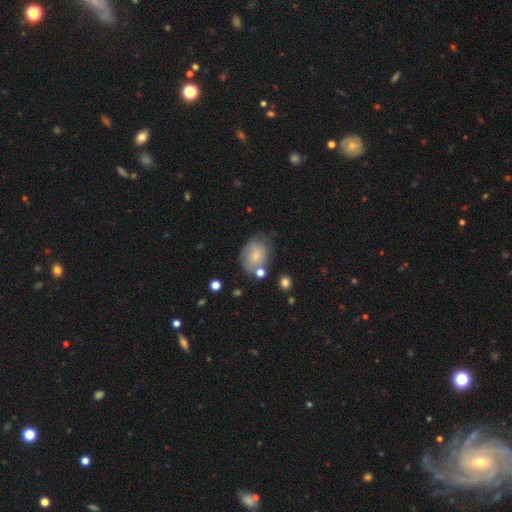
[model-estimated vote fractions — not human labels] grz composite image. It shows a smooth galaxy with no disk features (66%) that is in between round and cigar-shaped (59%). Merging: none (57%).